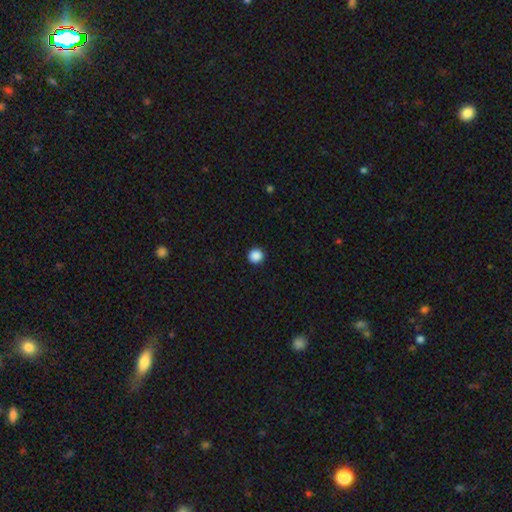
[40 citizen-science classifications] Q: Smooth or featured?
A: smooth (88%); runner-up: star or artifact (10%)
Q: How rounded?
A: round (100%)
Q: Merging?
A: none (92%); runner-up: minor disturbance (6%)